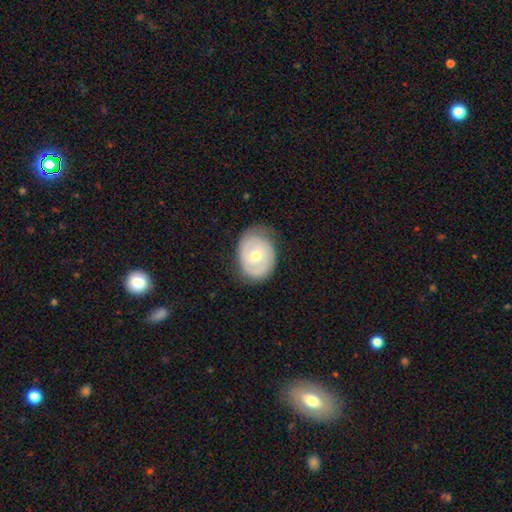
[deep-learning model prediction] Smooth or featured: featured or disk — 59% (smooth — 34%)
Edge-on disk: no — 95% (yes — 5%)
Bar: no — 74% (weak — 21%)
Spiral arms: yes — 60% (no — 40%)
Bulge size: moderate — 61% (small — 36%)
Merging: none — 69% (minor disturbance — 23%)